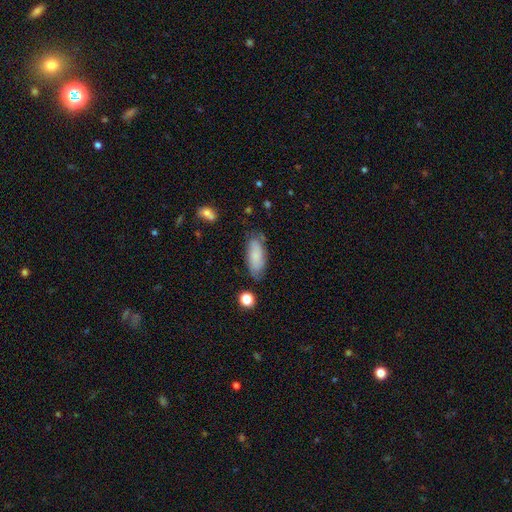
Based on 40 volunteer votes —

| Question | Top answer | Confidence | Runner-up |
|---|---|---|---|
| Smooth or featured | smooth | 78% | featured or disk (15%) |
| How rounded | in between | 71% | cigar-shaped (29%) |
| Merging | none | 54% | minor disturbance (30%) |